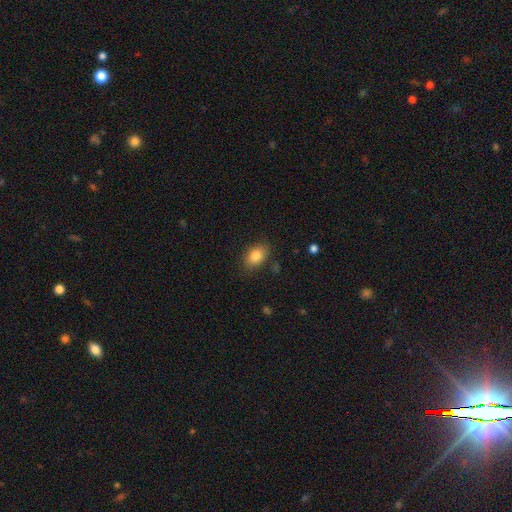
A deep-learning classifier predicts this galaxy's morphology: type=smooth (83%); roundness=in between (82%); merging=none (83%).